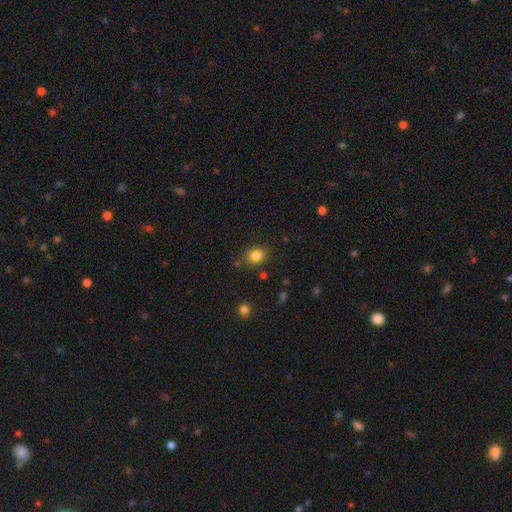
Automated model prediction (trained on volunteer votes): smooth-or-featured: smooth: 83% | star or artifact: 11% | featured or disk: 6%
  how-rounded: round: 58% | in between: 41% | cigar-shaped: 1%
  merging: none: 82% | minor disturbance: 11% | merger: 4% | major disturbance: 3%